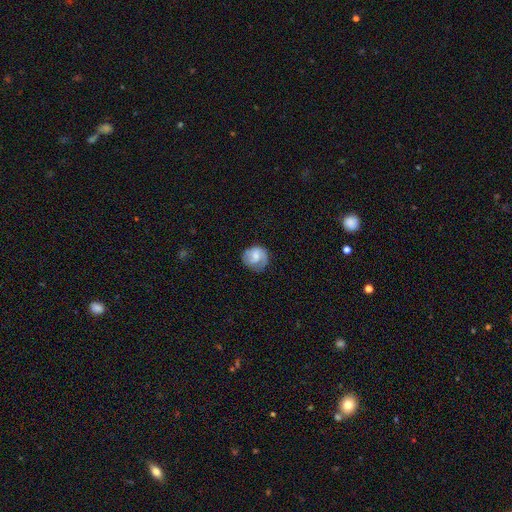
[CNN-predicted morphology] This appears to be a featured or disk galaxy (48%). Merging: none (68%).